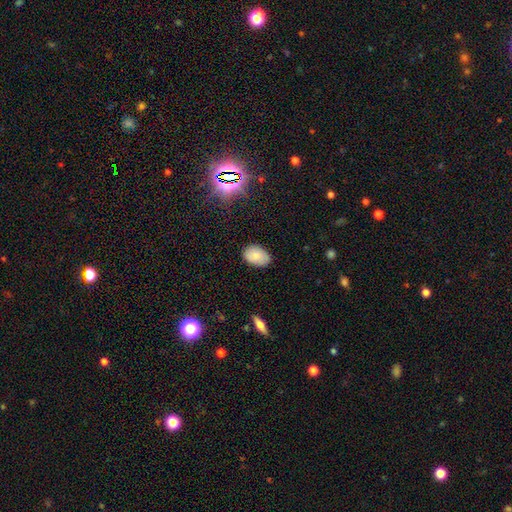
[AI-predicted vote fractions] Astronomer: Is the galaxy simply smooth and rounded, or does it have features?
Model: smooth — 79%.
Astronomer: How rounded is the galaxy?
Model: in between — 85%.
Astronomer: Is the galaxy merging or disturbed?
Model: none — 81%.